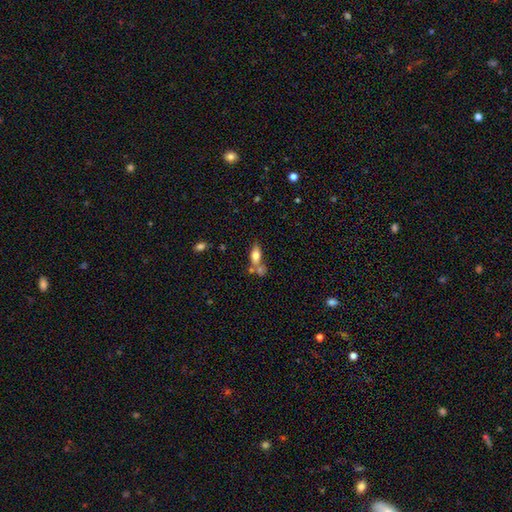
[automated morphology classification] Smooth or featured?
  - smooth: 72% *
  - featured or disk: 20%
  - star or artifact: 8%
How rounded?
  - in between: 82% *
  - cigar-shaped: 13%
  - round: 6%
Merging?
  - none: 45% *
  - merger: 35%
  - minor disturbance: 14%
  - major disturbance: 6%